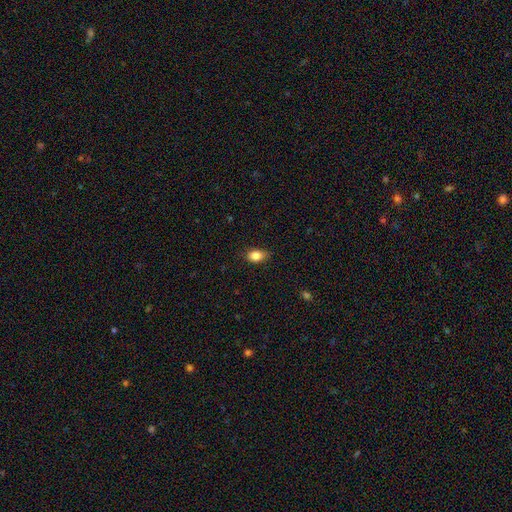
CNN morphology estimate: A smooth galaxy with no disk features (85%) that is in between round and cigar-shaped (80%). Merging: none (76%).